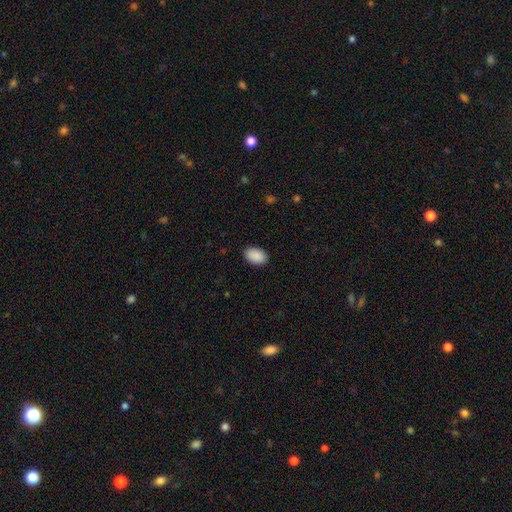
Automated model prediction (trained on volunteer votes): smooth_or_featured: smooth (p=0.91) [alt: star or artifact p=0.06]
how_rounded: in between (p=0.89) [alt: round p=0.10]
merging: none (p=0.88) [alt: minor disturbance p=0.09]